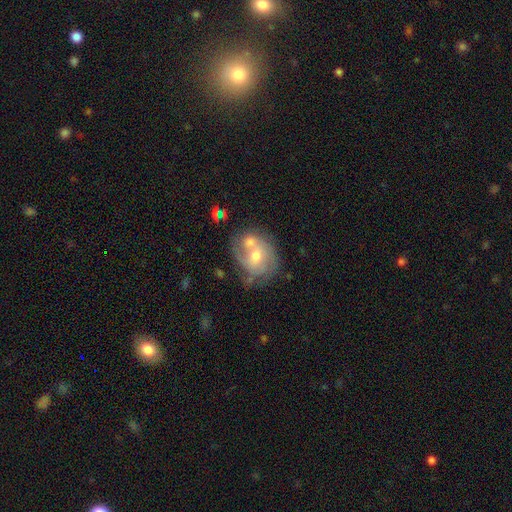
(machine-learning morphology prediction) featured or disk 56%, smooth 36%, star or artifact 8%. Down the decision tree: edge-on disk — no (96%); bar — no (71%); spiral arms — yes (61%); bulge size — moderate (66%); merging — merger (43%).